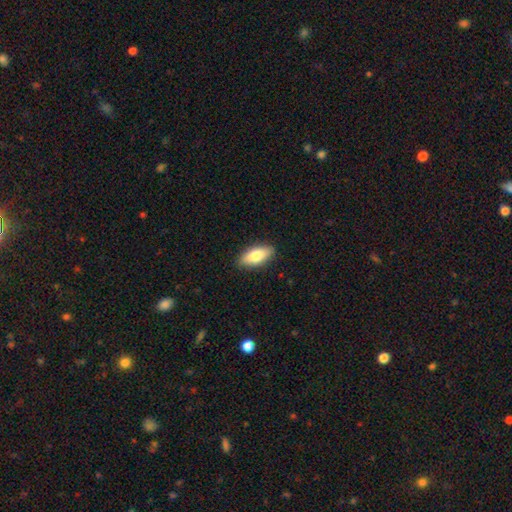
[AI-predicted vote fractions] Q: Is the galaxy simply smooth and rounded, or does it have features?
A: smooth — 78%.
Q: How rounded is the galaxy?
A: in between — 84%.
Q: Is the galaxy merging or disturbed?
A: none — 88%.